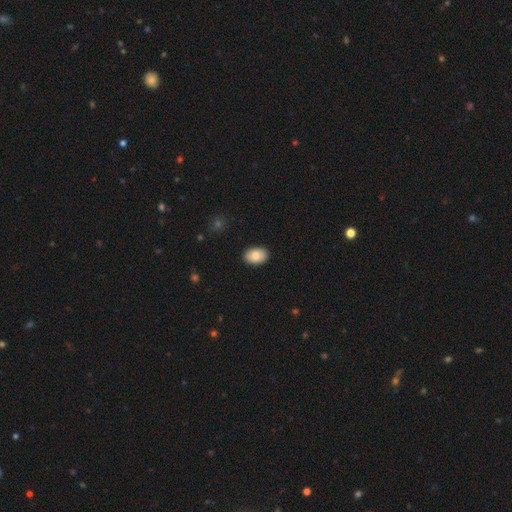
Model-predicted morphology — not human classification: type=smooth (85%); roundness=in between (87%); merging=none (89%).